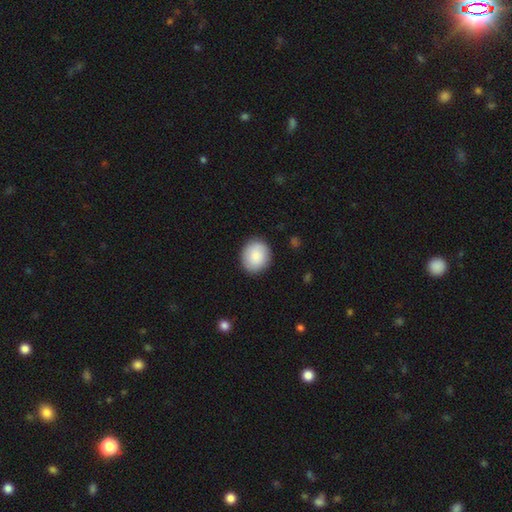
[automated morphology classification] This is clearly a smooth galaxy (87%). How rounded: likely round (78%). Merging: clearly none (89%).